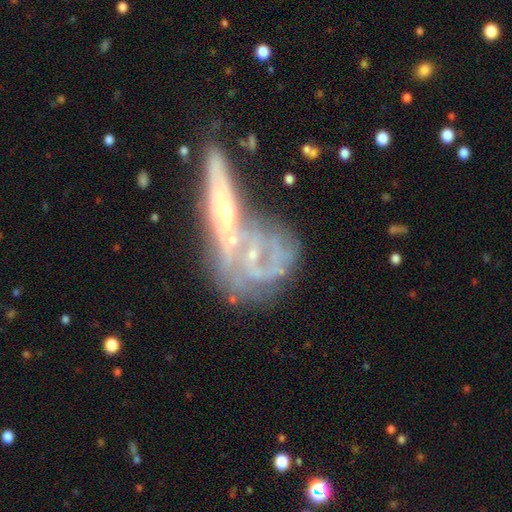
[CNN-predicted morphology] Smooth or featured? featured or disk (76%)
Edge-on disk? no (82%)
Bar? no (72%)
Spiral arms? yes (61%)
Bulge size? small (61%)
Merging? merger (44%)